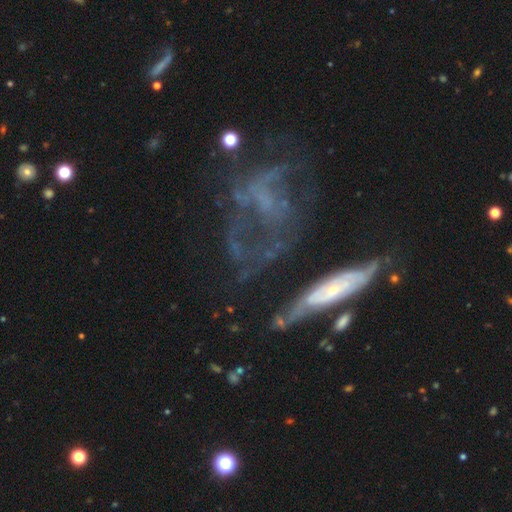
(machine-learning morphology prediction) smooth_or_featured: featured or disk (p=0.65) [alt: smooth p=0.19]
disk_edge_on: no (p=0.88) [alt: yes p=0.12]
bar: no (p=0.76) [alt: weak p=0.16]
has_spiral_arms: no (p=0.58) [alt: yes p=0.42]
bulge_size: none (p=0.60) [alt: small p=0.23]
merging: none (p=0.38) [alt: major disturbance p=0.33]